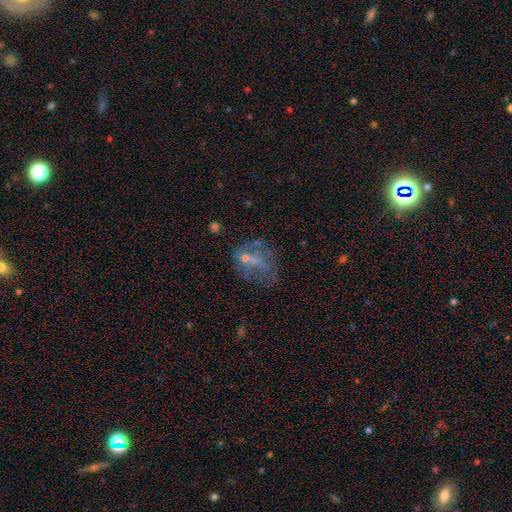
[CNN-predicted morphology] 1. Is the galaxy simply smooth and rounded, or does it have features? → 46% featured or disk, 35% smooth, 19% star or artifact.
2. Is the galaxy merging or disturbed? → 37% major disturbance, 34% none, 20% minor disturbance, 8% merger.